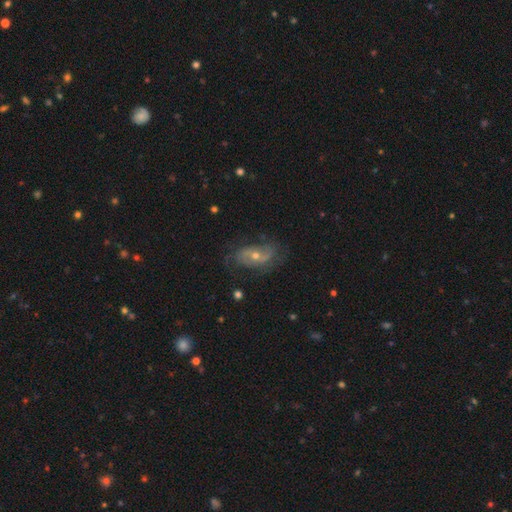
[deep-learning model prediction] This appears to be a featured or disk galaxy (71%) with no bar (62%), 2 (65%) medium (42%) spiral arms (85%) and a moderate central bulge (48%). Merging: none (68%).